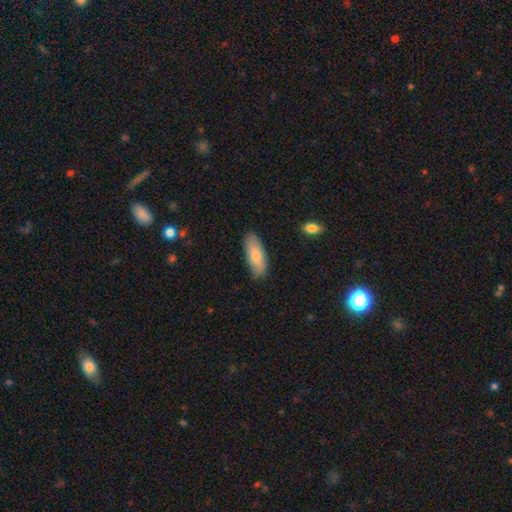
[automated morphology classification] smooth-or-featured: smooth: 76% | featured or disk: 18% | star or artifact: 6%
  how-rounded: in between: 71% | cigar-shaped: 27% | round: 2%
  merging: none: 86% | minor disturbance: 11% | major disturbance: 2% | merger: 1%